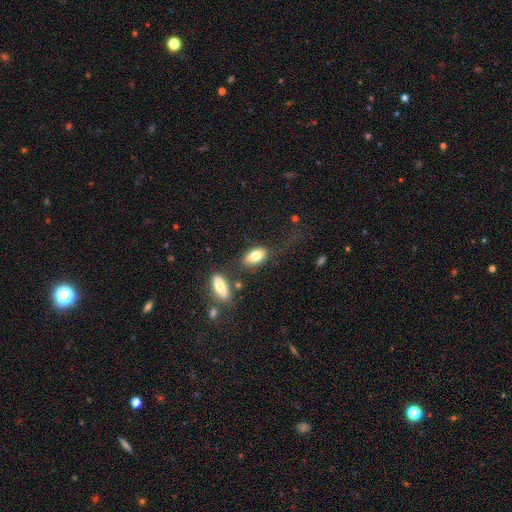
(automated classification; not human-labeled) A smooth galaxy with no disk features (79%) that is in between round and cigar-shaped (90%). Merging: none (67%).